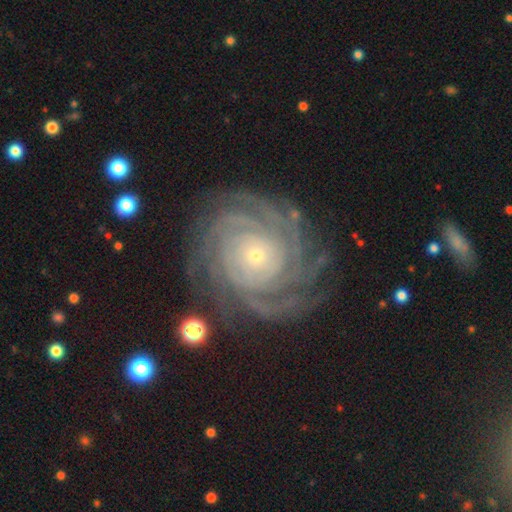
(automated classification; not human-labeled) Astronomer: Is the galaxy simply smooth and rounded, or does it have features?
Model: featured or disk — 91%.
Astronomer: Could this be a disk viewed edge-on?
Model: no — 98%.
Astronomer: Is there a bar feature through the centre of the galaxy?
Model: no — 81%.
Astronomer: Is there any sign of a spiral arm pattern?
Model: yes — 98%.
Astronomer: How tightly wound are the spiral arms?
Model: tight — 85%.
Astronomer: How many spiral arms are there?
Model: more than 4 — 28% (runner-up: 4, 25%).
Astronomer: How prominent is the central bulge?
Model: small — 80%.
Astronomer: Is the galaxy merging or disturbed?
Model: none — 80%.